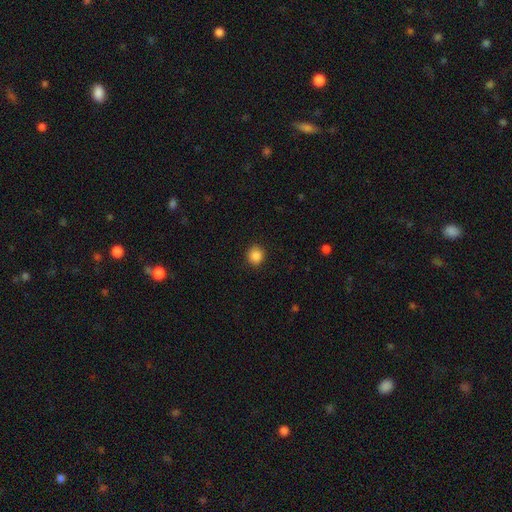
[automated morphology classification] Overall: smooth (87%). How rounded: round (88%). Merging: none (91%).